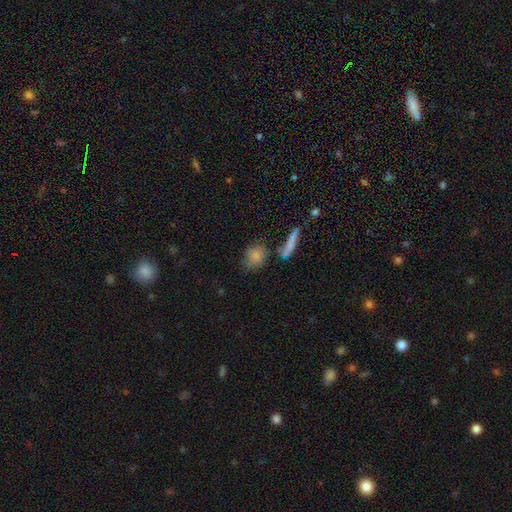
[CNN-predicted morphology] A smooth galaxy with no disk features (81%) that is round (67%). Merging: none (62%).